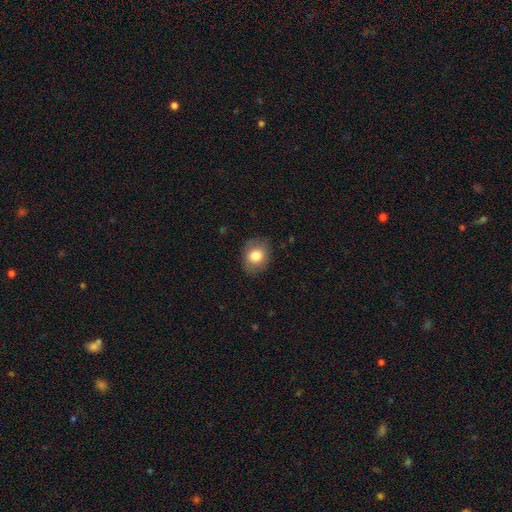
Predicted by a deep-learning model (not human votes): smooth-or-featured: smooth: 79% | featured or disk: 13% | star or artifact: 8%
  how-rounded: in between: 51% | round: 48% | cigar-shaped: 1%
  merging: none: 82% | minor disturbance: 13% | major disturbance: 4% | merger: 1%